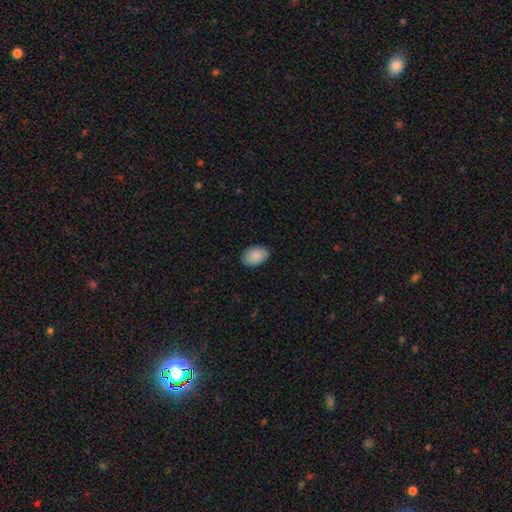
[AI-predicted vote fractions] The model was most divided on "how rounded": in between: 88%, round: 11%, cigar-shaped: 1%. More confident: smooth or featured — smooth (89%); merging — none (87%).